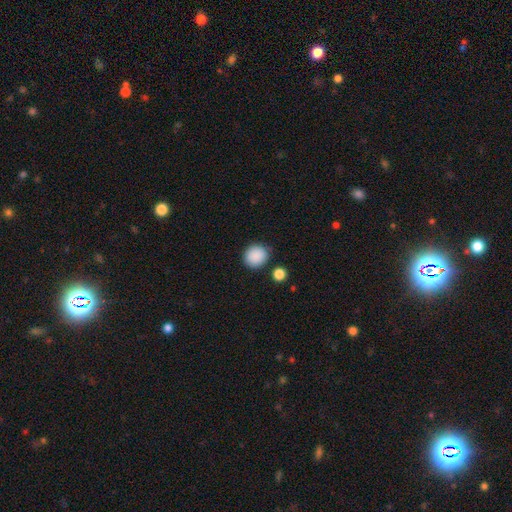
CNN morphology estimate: smooth 89%, star or artifact 8%, featured or disk 3%. Down the decision tree: how rounded — round (85%); merging — none (83%).